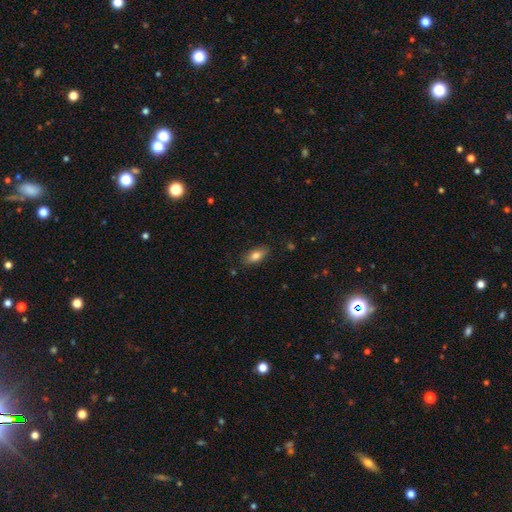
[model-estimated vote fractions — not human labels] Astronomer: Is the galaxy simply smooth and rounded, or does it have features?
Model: smooth — 80%.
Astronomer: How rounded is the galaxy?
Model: in between — 85%.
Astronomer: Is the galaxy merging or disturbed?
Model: none — 85%.